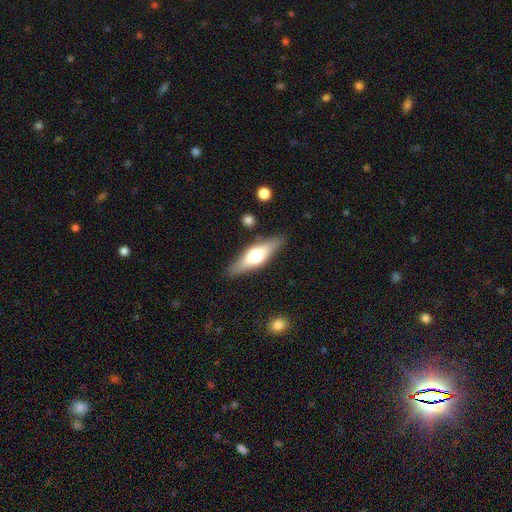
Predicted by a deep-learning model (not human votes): smooth-or-featured: featured or disk: 50% | smooth: 45% | star or artifact: 6%
  merging: none: 85% | minor disturbance: 10% | major disturbance: 2% | merger: 2%